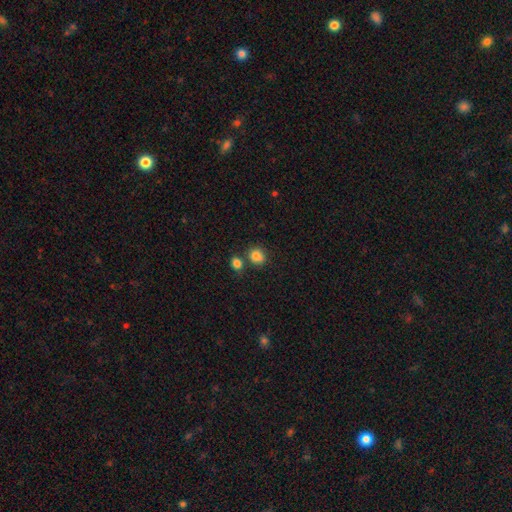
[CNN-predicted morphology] Smooth or featured?
  - smooth: 83% *
  - star or artifact: 11%
  - featured or disk: 6%
How rounded?
  - round: 78% *
  - in between: 21%
  - cigar-shaped: 1%
Merging?
  - none: 67% *
  - merger: 19%
  - minor disturbance: 11%
  - major disturbance: 3%